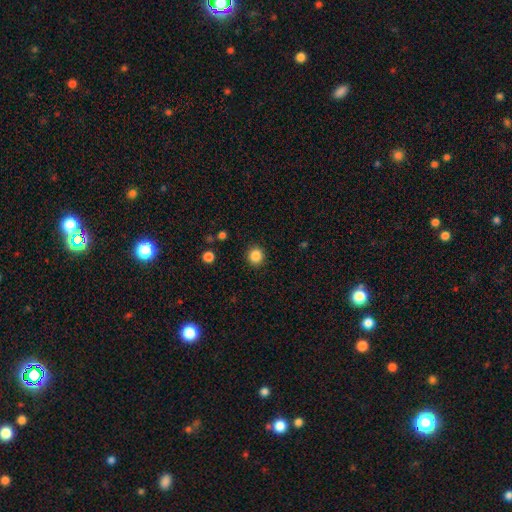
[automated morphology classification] Smooth or featured: smooth — 86% (star or artifact — 11%)
How rounded: round — 90% (in between — 9%)
Merging: none — 91% (minor disturbance — 6%)